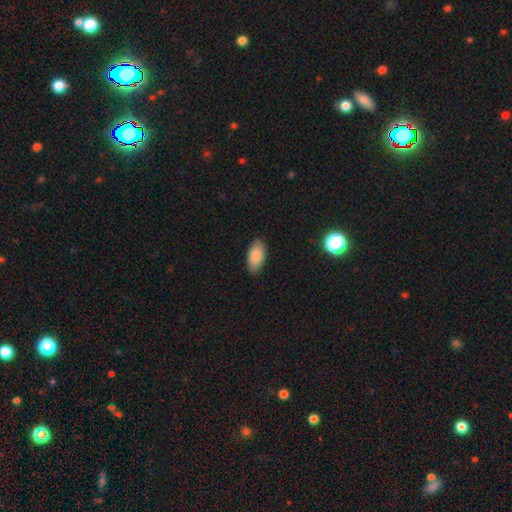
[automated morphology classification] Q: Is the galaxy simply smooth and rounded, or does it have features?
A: smooth — 87%.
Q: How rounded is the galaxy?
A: in between — 94%.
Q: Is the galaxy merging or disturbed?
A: none — 83%.